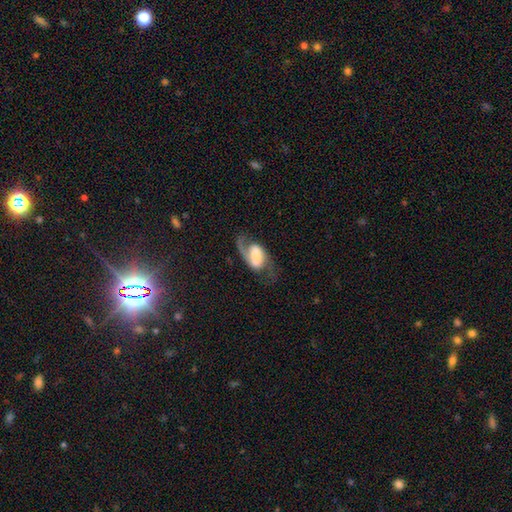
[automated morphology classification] smooth_or_featured: featured or disk (p=0.75) [alt: smooth p=0.18]
disk_edge_on: no (p=0.97) [alt: yes p=0.03]
bar: weak (p=0.39) [alt: strong p=0.34]
has_spiral_arms: yes (p=0.93) [alt: no p=0.07]
spiral_winding: loose (p=0.45) [alt: medium p=0.42]
spiral_arm_count: 2 (p=0.74) [alt: 1 p=0.21]
bulge_size: large (p=0.31) [alt: moderate p=0.21]
merging: none (p=0.56) [alt: major disturbance p=0.22]